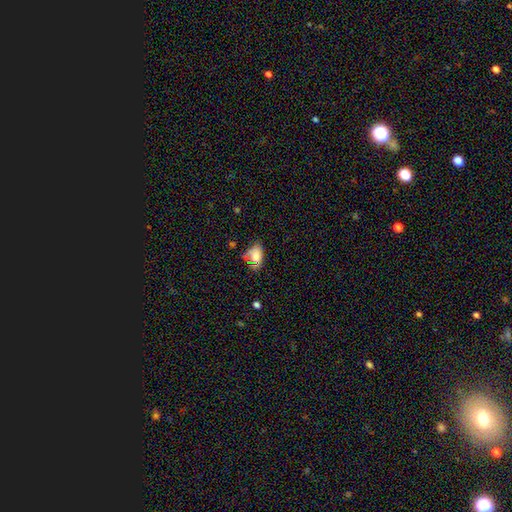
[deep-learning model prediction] Smooth or featured: smooth — 71% (star or artifact — 15%)
How rounded: in between — 83% (round — 15%)
Merging: none — 53% (minor disturbance — 26%)